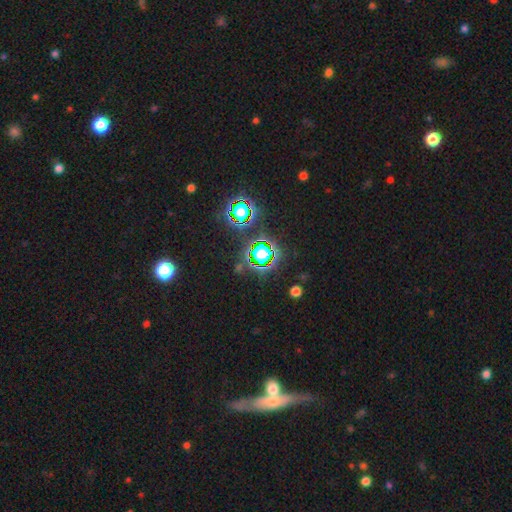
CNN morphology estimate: smooth_or_featured: star or artifact (p=0.70) [alt: smooth p=0.20]